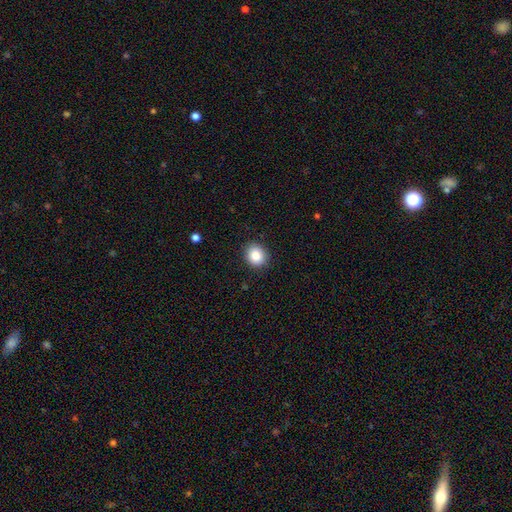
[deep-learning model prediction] smooth 87%, star or artifact 9%, featured or disk 4%. Down the decision tree: how rounded — round (72%); merging — none (88%).